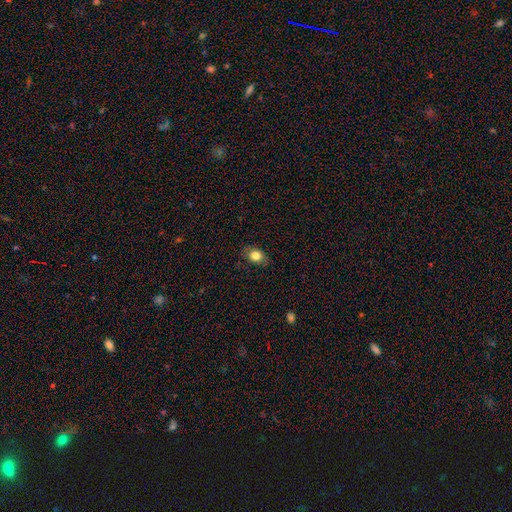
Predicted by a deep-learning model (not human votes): The model was most divided on "how rounded": in between: 66%, round: 32%, cigar-shaped: 1%. More confident: merging — none (82%); smooth or featured — smooth (81%).